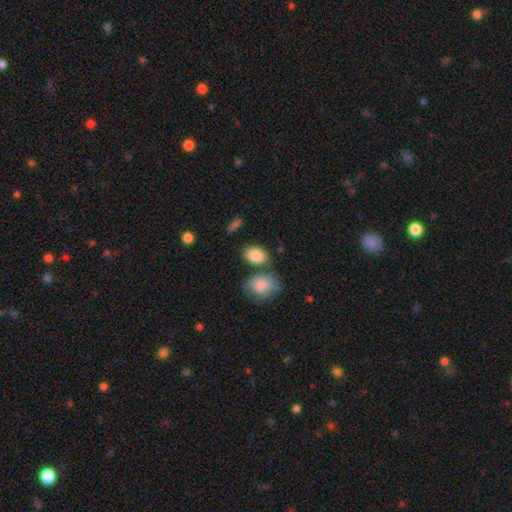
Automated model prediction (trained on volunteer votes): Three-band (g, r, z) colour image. It shows a smooth galaxy with no disk features (86%) that is in between round and cigar-shaped (82%). Merging: none (63%).